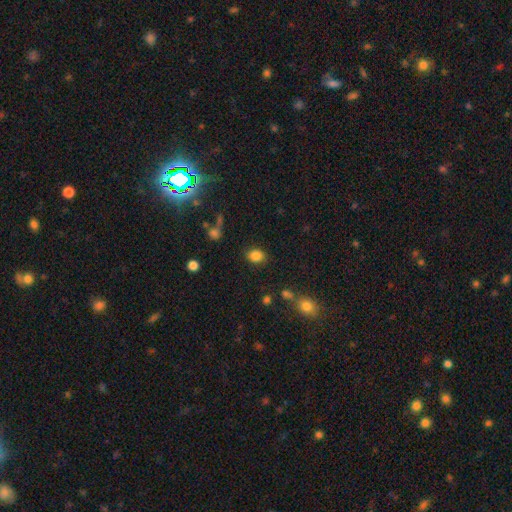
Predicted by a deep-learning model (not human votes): The model was most divided on "how rounded": in between: 58%, round: 41%, cigar-shaped: 1%. More confident: smooth or featured — smooth (84%); merging — none (82%).